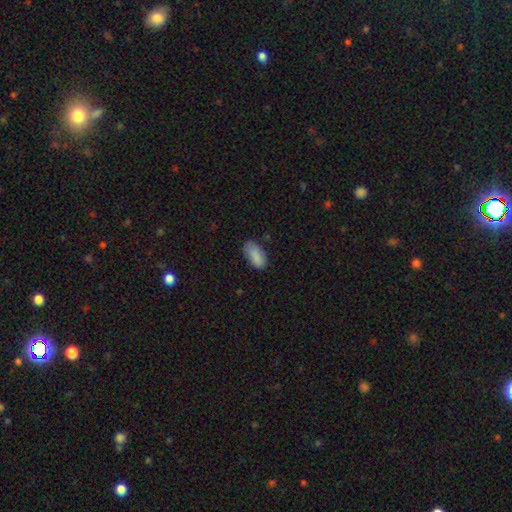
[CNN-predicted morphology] Q: Smooth or featured?
A: smooth (87%); runner-up: star or artifact (7%)
Q: How rounded?
A: in between (91%); runner-up: cigar-shaped (6%)
Q: Merging?
A: none (72%); runner-up: minor disturbance (22%)